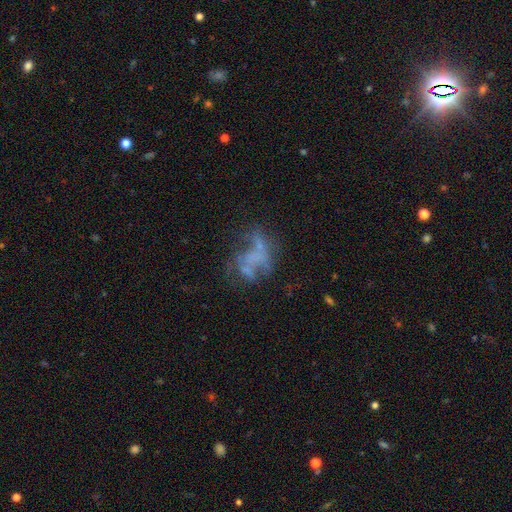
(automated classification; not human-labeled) The model was most divided on "merging": none: 37%, major disturbance: 33%, minor disturbance: 16%, merger: 14%. More confident: edge-on disk — no (97%); spiral arms — no (89%); bar — no (88%); bulge size — none (80%); smooth or featured — featured or disk (58%).